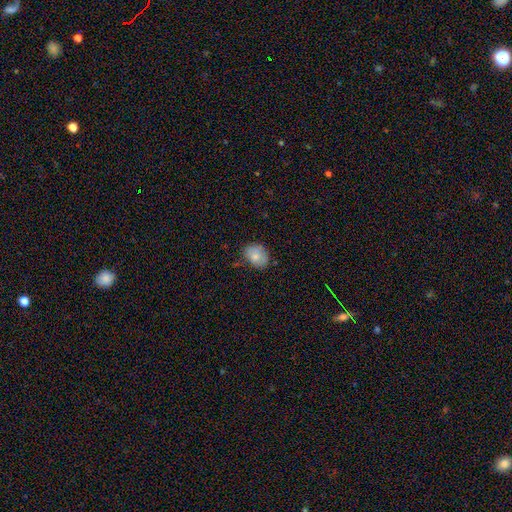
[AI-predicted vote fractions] Smooth or featured? Predicted: smooth (p=0.77). How rounded? Predicted: in between (p=0.63). Merging? Predicted: none (p=0.70).